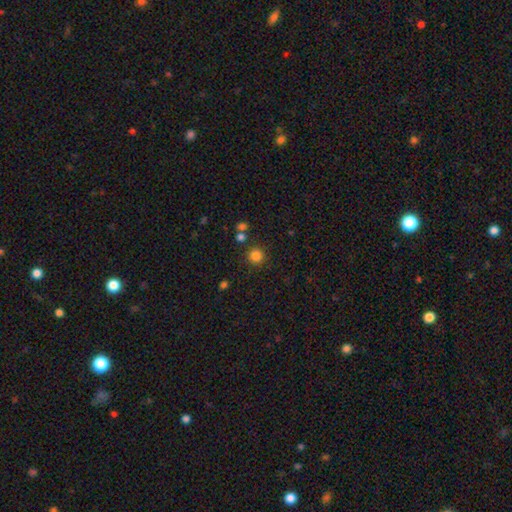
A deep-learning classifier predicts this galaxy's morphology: Smooth or featured: smooth — 83% (star or artifact — 13%)
How rounded: round — 94% (in between — 5%)
Merging: none — 85% (minor disturbance — 7%)